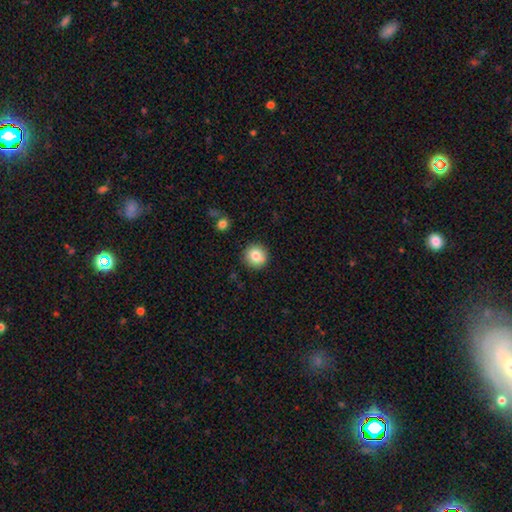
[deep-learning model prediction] smooth_or_featured: smooth (p=0.83) [alt: star or artifact p=0.09]
how_rounded: round (p=0.94) [alt: in between p=0.05]
merging: none (p=0.89) [alt: minor disturbance p=0.07]